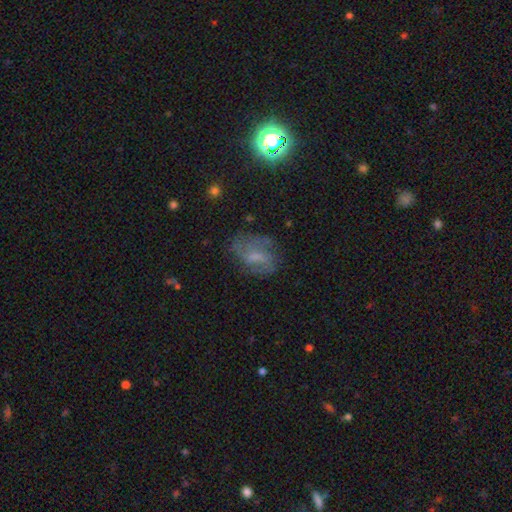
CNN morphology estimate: Smooth or featured? featured or disk (55%)
Edge-on disk? no (96%)
Bar? weak (47%)
Spiral arms? yes (75%)
Bulge size? small (40%)
Merging? none (62%)